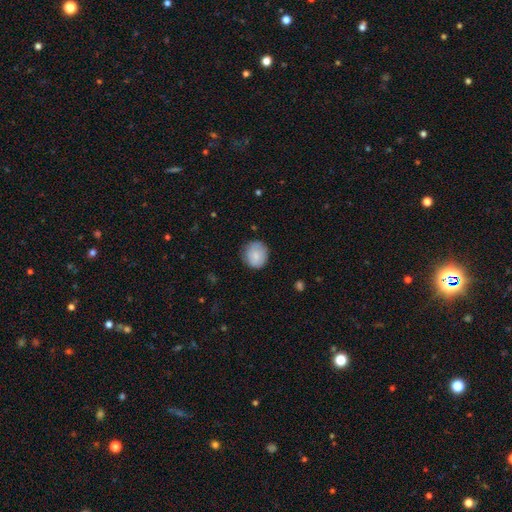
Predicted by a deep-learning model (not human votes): Overall: smooth (83%). How rounded: round (81%). Merging: none (78%).